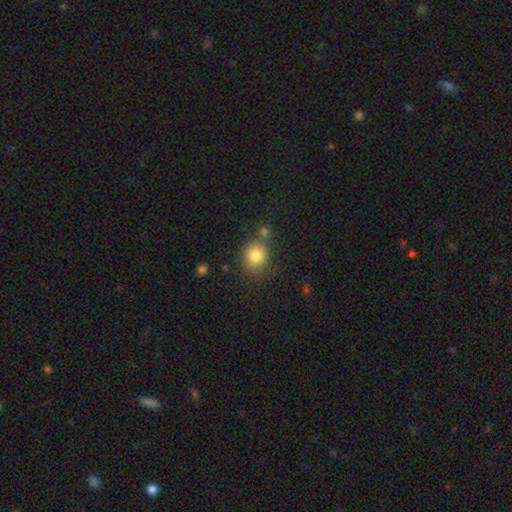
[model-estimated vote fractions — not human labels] This is clearly a smooth galaxy (83%). How rounded: likely round (74%). Merging: likely none (64%).